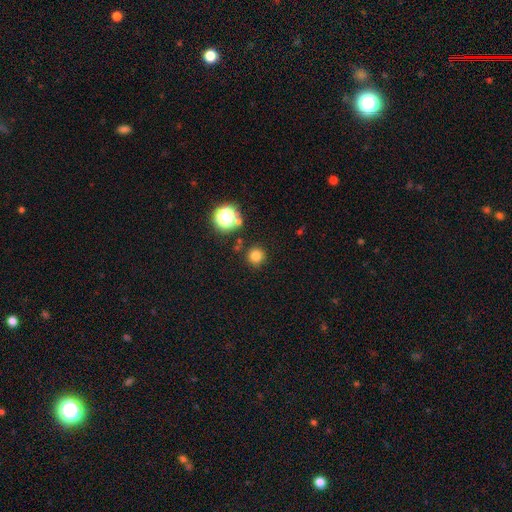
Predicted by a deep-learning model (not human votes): Smooth or featured: smooth — 78% (star or artifact — 17%)
How rounded: round — 95% (in between — 4%)
Merging: none — 87% (minor disturbance — 7%)